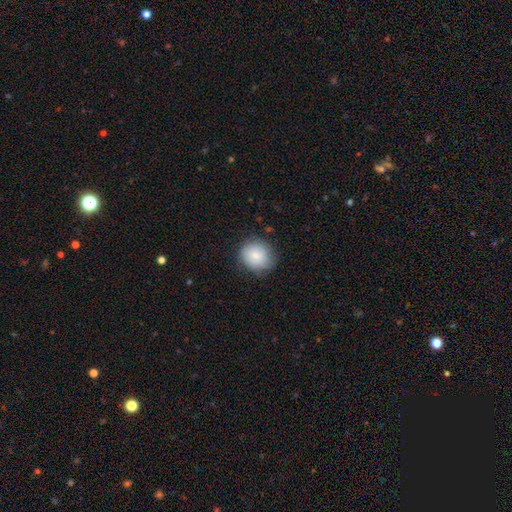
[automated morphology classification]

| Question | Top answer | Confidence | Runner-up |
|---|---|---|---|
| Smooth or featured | smooth | 83% | featured or disk (9%) |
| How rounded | round | 80% | in between (19%) |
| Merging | none | 78% | minor disturbance (17%) |